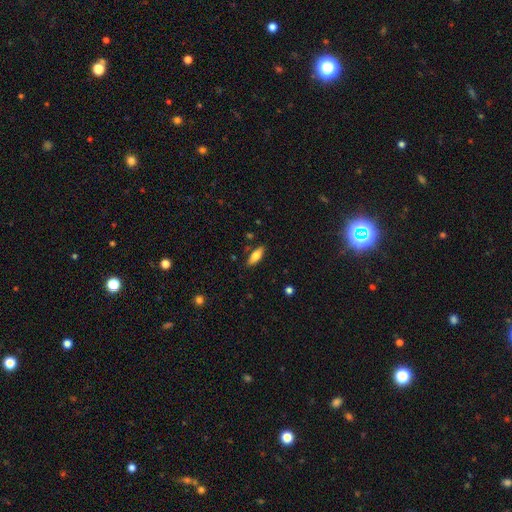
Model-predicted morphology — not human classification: Smooth or featured: smooth — 67% (featured or disk — 26%)
How rounded: in between — 69% (cigar-shaped — 29%)
Merging: none — 85% (minor disturbance — 10%)